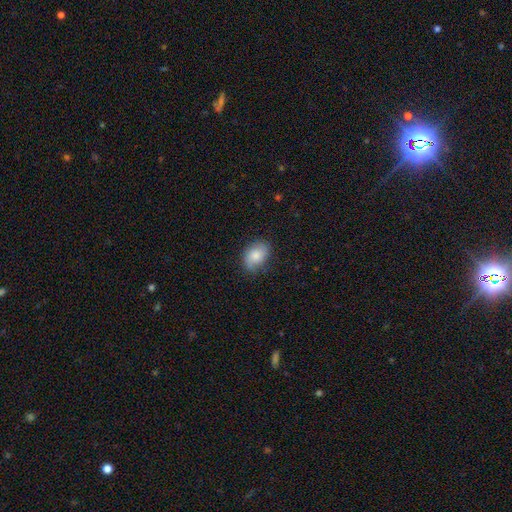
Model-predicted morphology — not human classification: This is likely a smooth galaxy (70%). How rounded: likely in between (79%). Merging: likely none (75%).